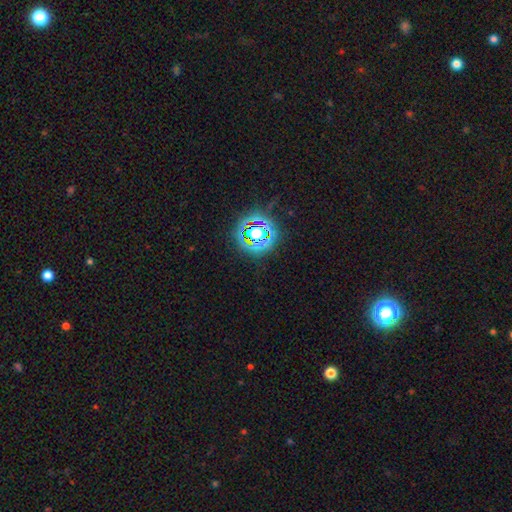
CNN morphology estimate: This is likely a star or artifact rather than a galaxy (77%).